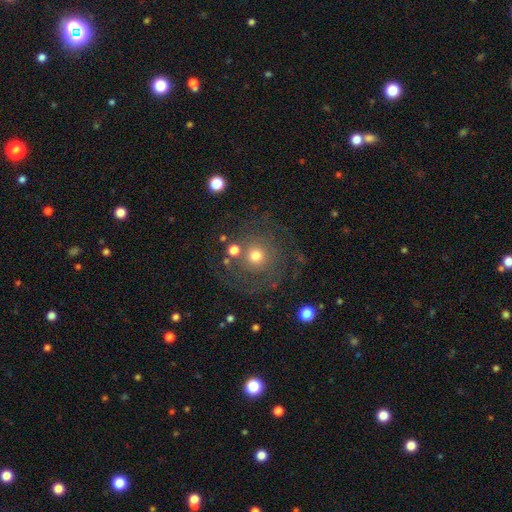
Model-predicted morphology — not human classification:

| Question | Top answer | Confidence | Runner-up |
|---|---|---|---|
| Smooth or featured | featured or disk | 46% | smooth (39%) |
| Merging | none | 71% | minor disturbance (13%) |